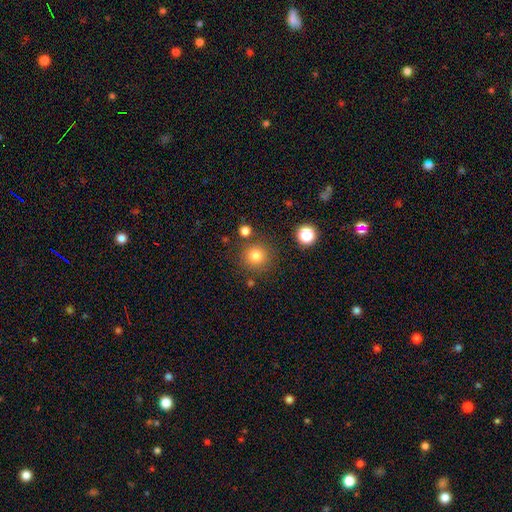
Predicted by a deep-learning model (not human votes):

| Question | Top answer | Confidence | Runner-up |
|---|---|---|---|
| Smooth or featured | smooth | 83% | star or artifact (12%) |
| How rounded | round | 93% | in between (6%) |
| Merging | none | 82% | minor disturbance (8%) |